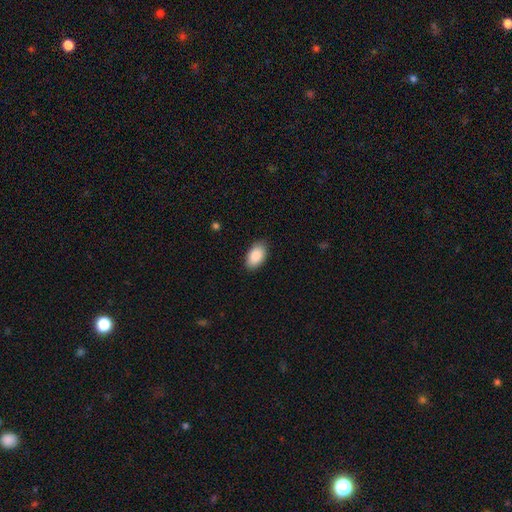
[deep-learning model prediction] Q: Smooth or featured?
A: smooth (89%); runner-up: star or artifact (6%)
Q: How rounded?
A: in between (94%); runner-up: round (4%)
Q: Merging?
A: none (86%); runner-up: minor disturbance (10%)